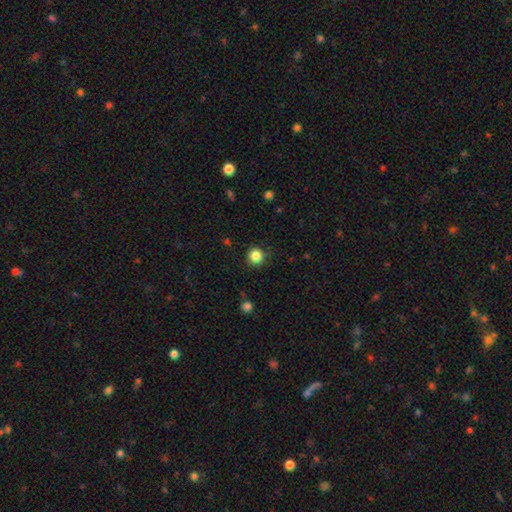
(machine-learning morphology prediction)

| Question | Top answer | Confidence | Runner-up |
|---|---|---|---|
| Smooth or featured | smooth | 85% | star or artifact (11%) |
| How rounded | round | 94% | in between (5%) |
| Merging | none | 90% | minor disturbance (7%) |